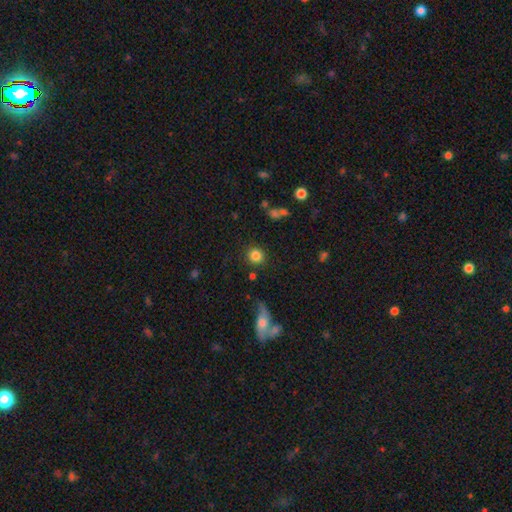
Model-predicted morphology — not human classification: The model was most divided on "smooth or featured": smooth: 84%, star or artifact: 10%, featured or disk: 6%. More confident: how rounded — round (89%); merging — none (84%).